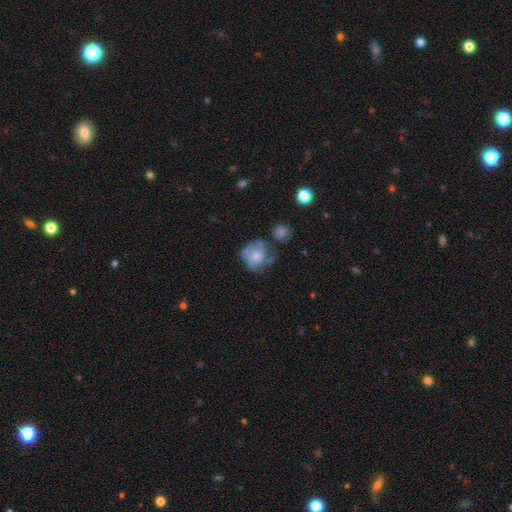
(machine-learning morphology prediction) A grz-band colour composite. It shows a smooth galaxy with no disk features (47%). Merging: none (41%).